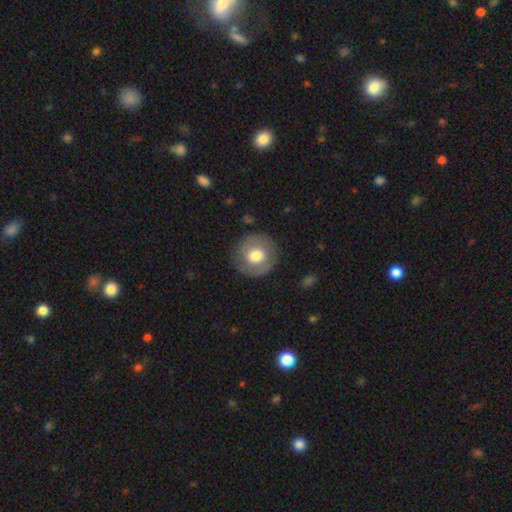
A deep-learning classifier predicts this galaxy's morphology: type=smooth (59%); roundness=round (92%); merging=none (83%).